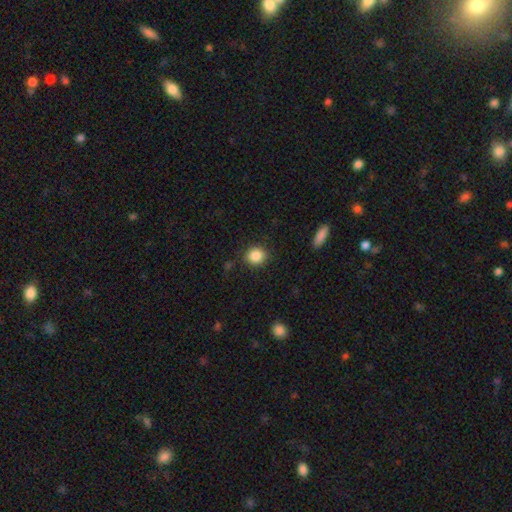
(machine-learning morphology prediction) This is clearly a smooth galaxy (87%). How rounded: clearly round (86%). Merging: clearly none (87%).